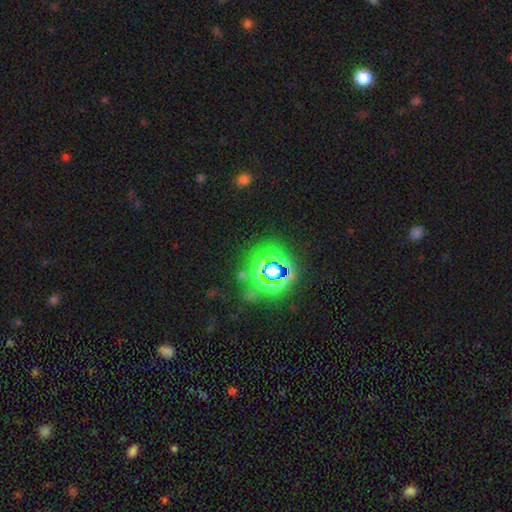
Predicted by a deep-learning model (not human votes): This is likely a star or artifact rather than a galaxy (76%).